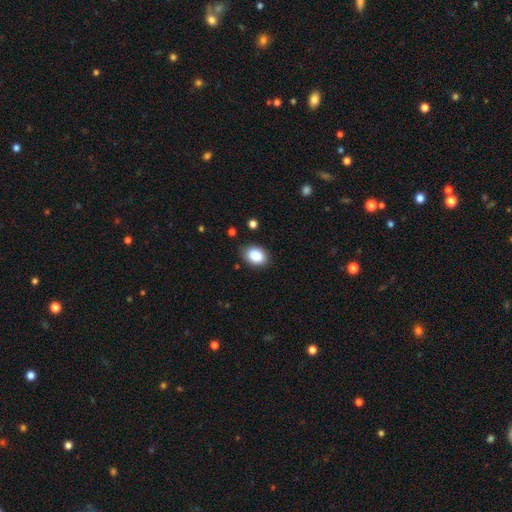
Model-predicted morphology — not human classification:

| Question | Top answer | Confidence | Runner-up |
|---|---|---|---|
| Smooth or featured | smooth | 87% | star or artifact (8%) |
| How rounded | in between | 80% | round (19%) |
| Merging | none | 83% | minor disturbance (12%) |